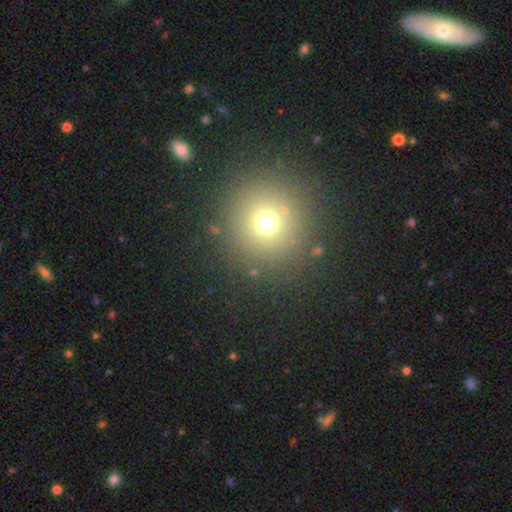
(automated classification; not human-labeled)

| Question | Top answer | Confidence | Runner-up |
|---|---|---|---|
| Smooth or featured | smooth | 66% | star or artifact (25%) |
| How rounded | round | 95% | in between (4%) |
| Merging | none | 89% | minor disturbance (6%) |